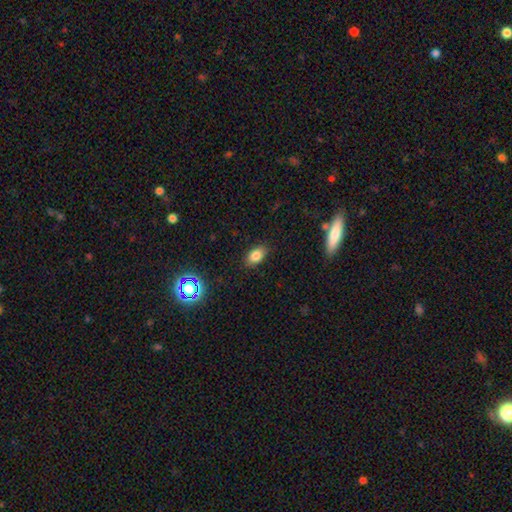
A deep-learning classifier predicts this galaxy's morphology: This is clearly a smooth galaxy (81%). How rounded: clearly in between (86%). Merging: clearly none (86%).